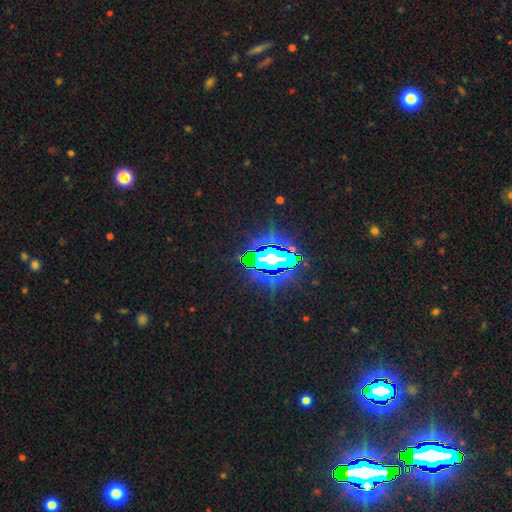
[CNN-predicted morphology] This appears to be a star or artifact, not a galaxy (84%).